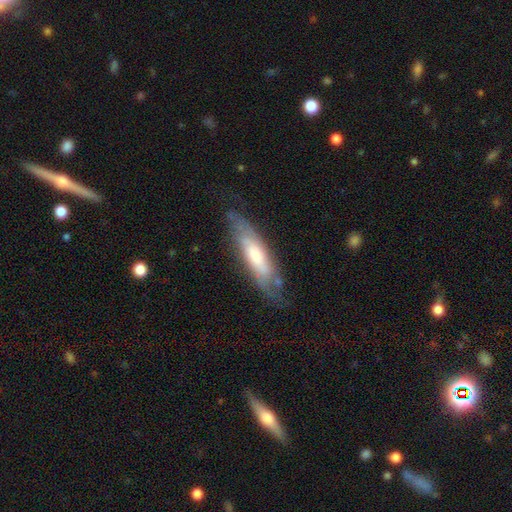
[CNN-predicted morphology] featured or disk 53%, smooth 41%, star or artifact 6%. Down the decision tree: edge-on disk — no (60%); merging — none (63%).